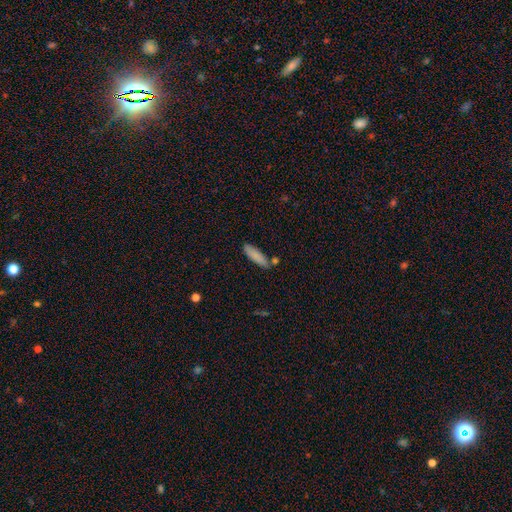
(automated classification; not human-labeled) Overall: smooth (83%). How rounded: cigar-shaped (61%; in between 37%). Merging: none (76%).